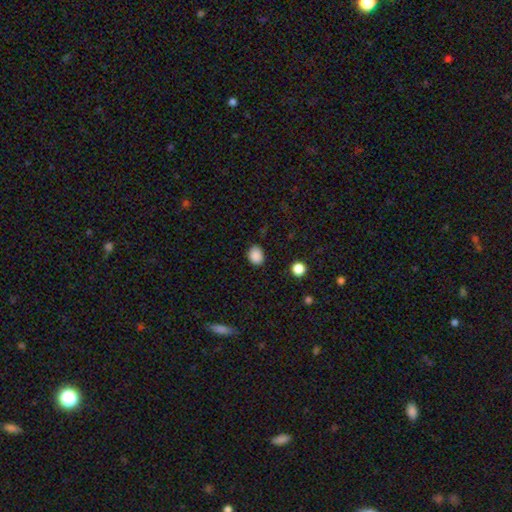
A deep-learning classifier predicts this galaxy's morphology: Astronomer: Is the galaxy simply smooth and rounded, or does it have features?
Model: smooth — 87%.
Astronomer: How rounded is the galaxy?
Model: in between — 53% (runner-up: round, 46%).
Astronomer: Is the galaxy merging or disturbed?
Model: none — 82%.